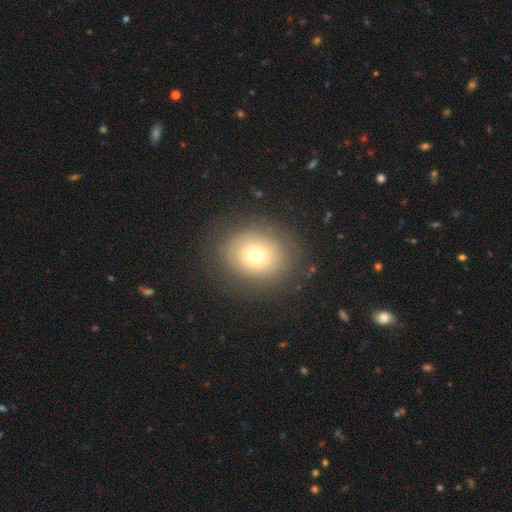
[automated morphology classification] Smooth or featured? Predicted: smooth (p=0.67). How rounded? Predicted: round (p=0.66). Merging? Predicted: none (p=0.83).